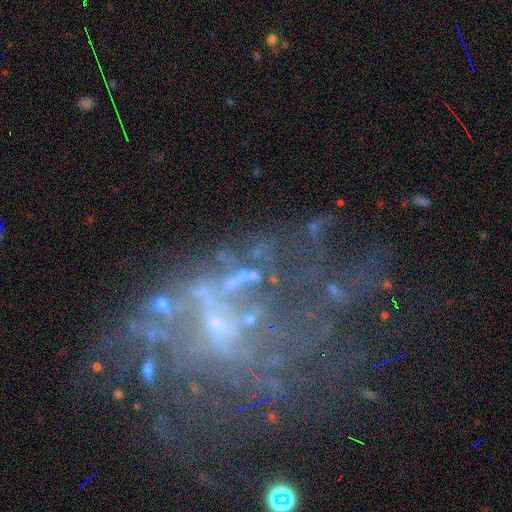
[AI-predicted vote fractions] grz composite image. It shows a featured or disk galaxy (63%) with no bar (77%), no spiral arms (77%) and a small central bulge (49%). Merging: none (40%).